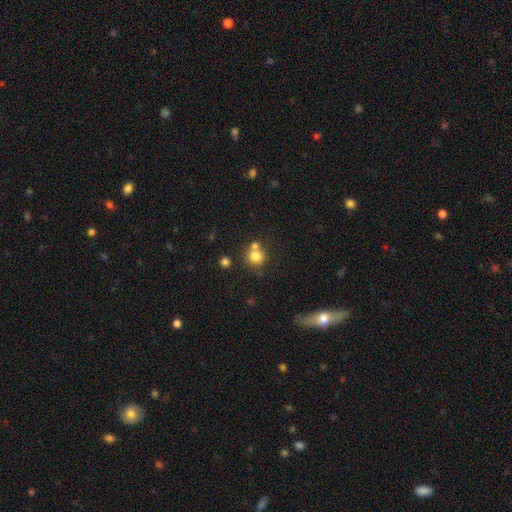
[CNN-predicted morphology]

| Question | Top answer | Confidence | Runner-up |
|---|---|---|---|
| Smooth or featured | smooth | 79% | star or artifact (12%) |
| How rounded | round | 89% | in between (10%) |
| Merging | none | 55% | merger (33%) |